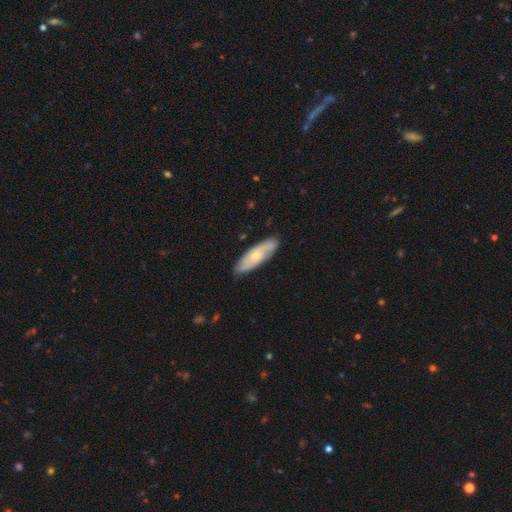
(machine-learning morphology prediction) Smooth or featured?
  - smooth: 51% *
  - featured or disk: 44%
  - star or artifact: 5%
How rounded?
  - in between: 52% *
  - cigar-shaped: 46%
  - round: 2%
Merging?
  - none: 85% *
  - minor disturbance: 12%
  - major disturbance: 2%
  - merger: 1%